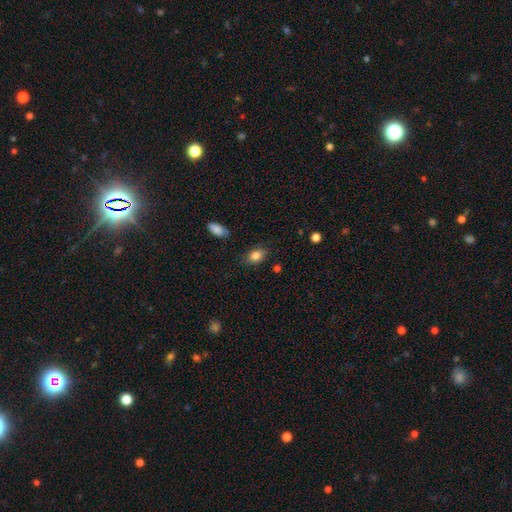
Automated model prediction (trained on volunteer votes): Morphology: type=smooth (84%); roundness=in between (79%); merging=none (80%).